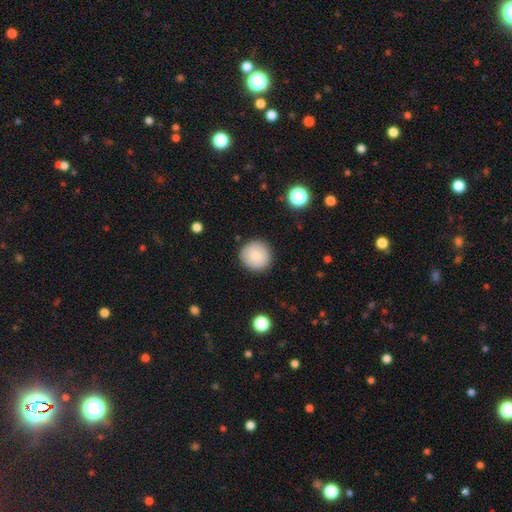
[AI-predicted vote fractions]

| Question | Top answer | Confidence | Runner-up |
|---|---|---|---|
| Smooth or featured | smooth | 82% | featured or disk (10%) |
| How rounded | round | 95% | in between (4%) |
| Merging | none | 89% | minor disturbance (8%) |